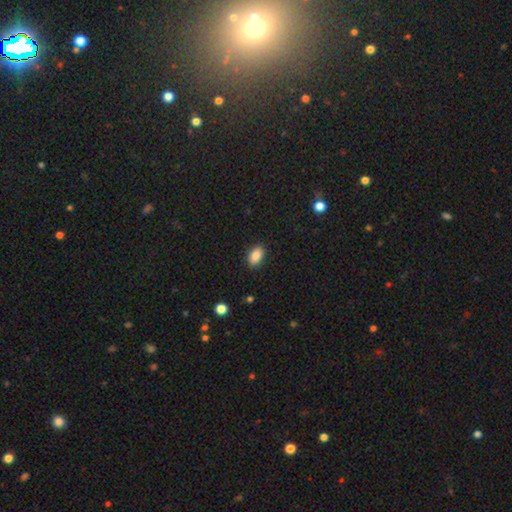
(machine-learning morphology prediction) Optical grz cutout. It shows a smooth galaxy with no disk features (88%) that is in between round and cigar-shaped (90%). Merging: none (88%).